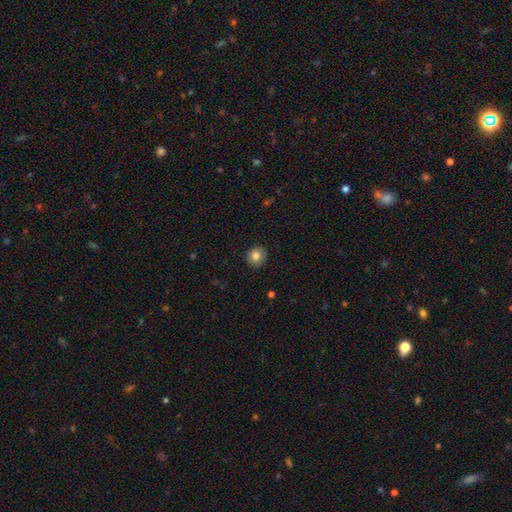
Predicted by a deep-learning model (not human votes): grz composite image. It shows a smooth galaxy with no disk features (82%) that is round (87%). Merging: none (90%).